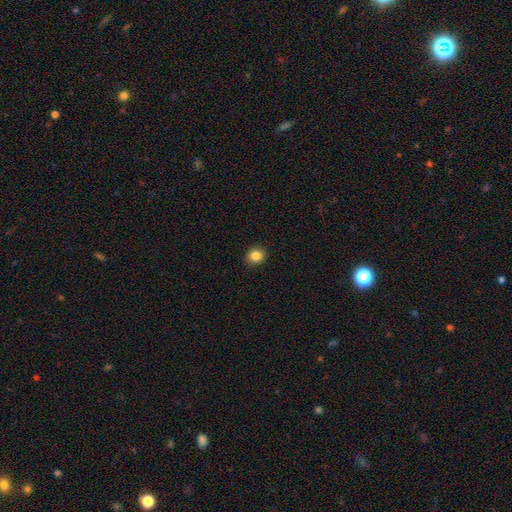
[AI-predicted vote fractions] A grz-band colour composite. It shows a smooth galaxy with no disk features (84%) that is round (81%). Merging: none (91%).